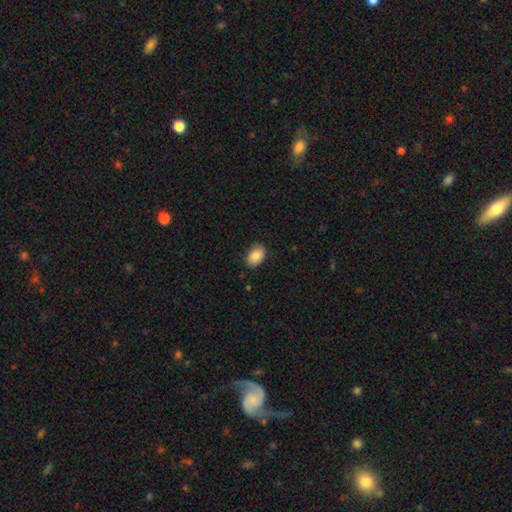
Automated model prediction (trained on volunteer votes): smooth-or-featured: smooth: 87% | star or artifact: 7% | featured or disk: 6%
  how-rounded: in between: 88% | round: 11% | cigar-shaped: 1%
  merging: none: 87% | minor disturbance: 10% | major disturbance: 2% | merger: 1%